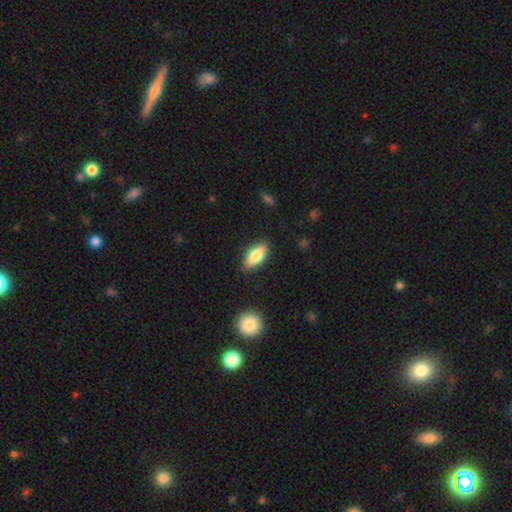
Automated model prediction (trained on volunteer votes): Smooth or featured?
  - smooth: 76% *
  - featured or disk: 17%
  - star or artifact: 6%
How rounded?
  - in between: 82% *
  - cigar-shaped: 15%
  - round: 3%
Merging?
  - none: 86% *
  - minor disturbance: 10%
  - major disturbance: 2%
  - merger: 1%